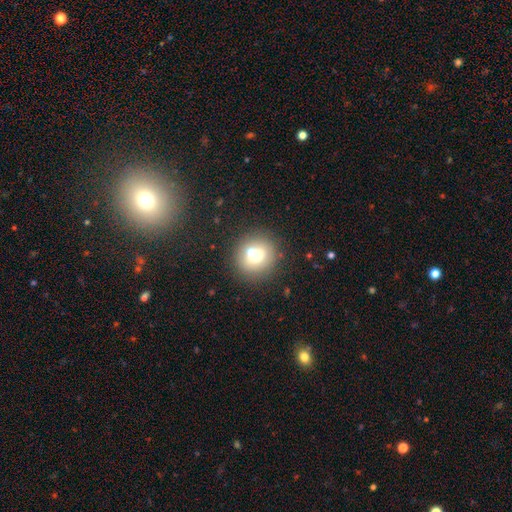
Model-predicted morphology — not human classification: smooth 66%, featured or disk 22%, star or artifact 12%. Down the decision tree: how rounded — round (89%); merging — none (62%).